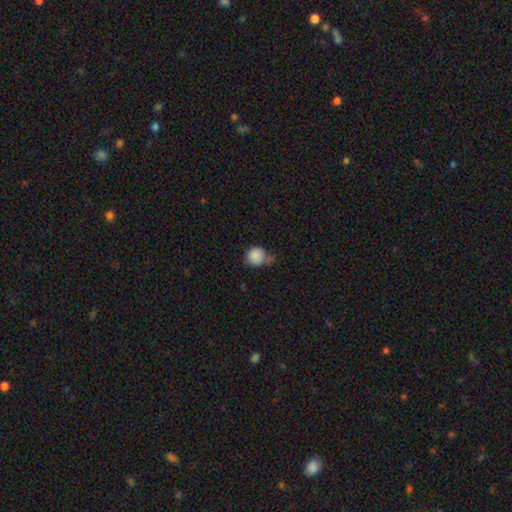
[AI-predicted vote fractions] This appears to be a smooth galaxy with no disk features (85%) that is round (89%). Merging: none (52%).